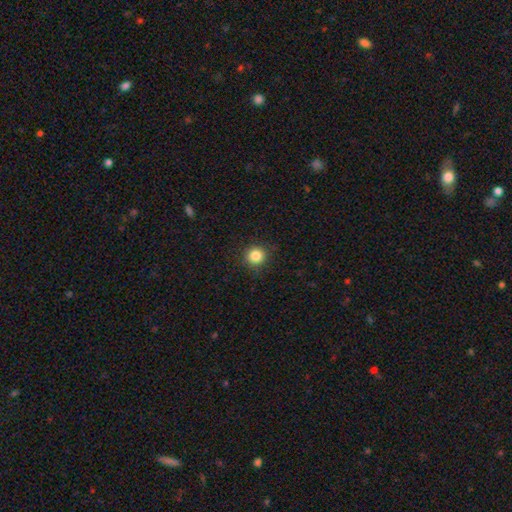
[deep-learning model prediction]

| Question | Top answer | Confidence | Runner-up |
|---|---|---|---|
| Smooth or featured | smooth | 85% | star or artifact (11%) |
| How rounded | round | 92% | in between (7%) |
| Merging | none | 89% | minor disturbance (7%) |